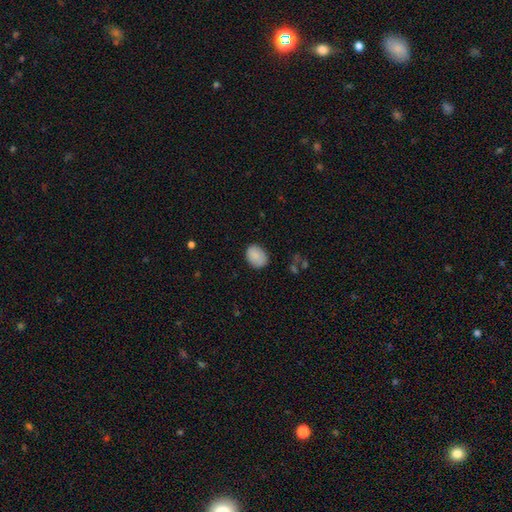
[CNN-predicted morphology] smooth-or-featured: smooth: 87% | star or artifact: 7% | featured or disk: 5%
  how-rounded: in between: 66% | round: 33% | cigar-shaped: 1%
  merging: none: 80% | minor disturbance: 15% | major disturbance: 3% | merger: 1%